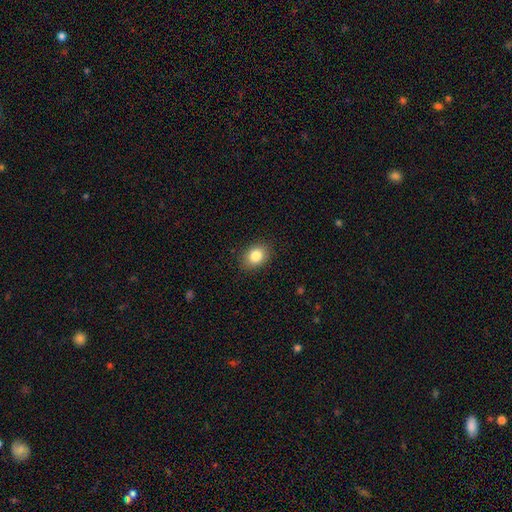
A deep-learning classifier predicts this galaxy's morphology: This appears to be a smooth galaxy with no disk features (84%) that is in between round and cigar-shaped (59%). Merging: none (88%).